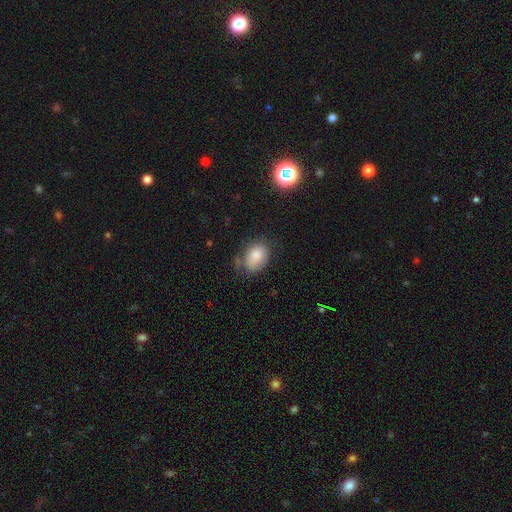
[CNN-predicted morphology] The model was most divided on "merging": none: 57%, minor disturbance: 28%, major disturbance: 9%, merger: 6%. More confident: smooth or featured — smooth (82%); how rounded — in between (76%).